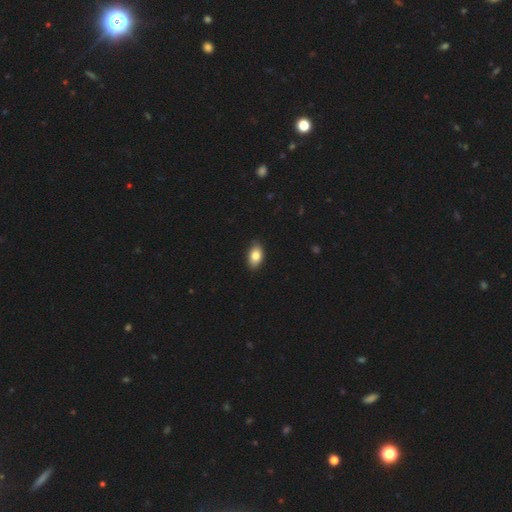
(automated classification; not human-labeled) smooth-or-featured: smooth: 83% | featured or disk: 10% | star or artifact: 7%
  how-rounded: in between: 91% | round: 7% | cigar-shaped: 2%
  merging: none: 87% | minor disturbance: 11% | major disturbance: 2% | merger: 1%